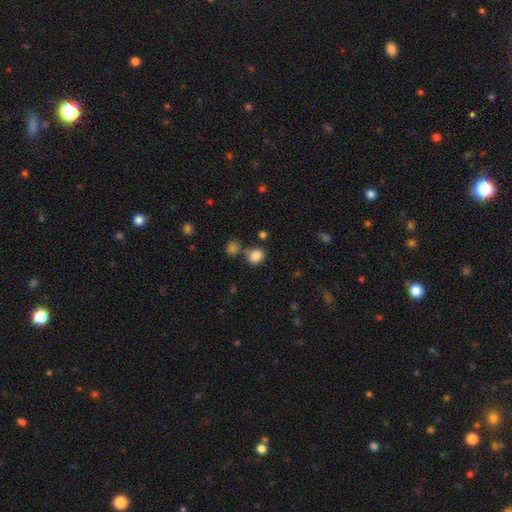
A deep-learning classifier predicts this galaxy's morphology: smooth_or_featured: smooth (p=0.85) [alt: star or artifact p=0.10]
how_rounded: round (p=0.59) [alt: in between p=0.40]
merging: none (p=0.66) [alt: merger p=0.18]